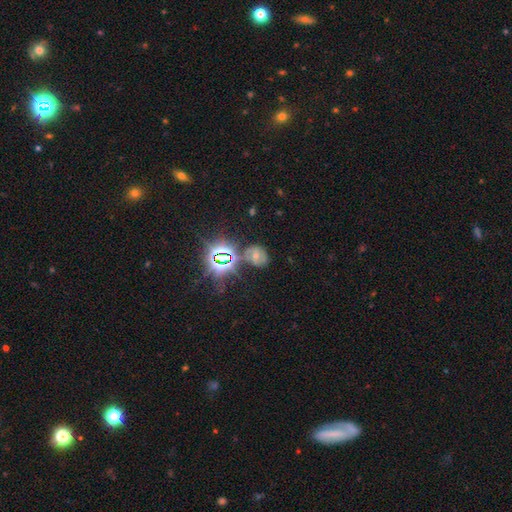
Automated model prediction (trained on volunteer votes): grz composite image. It shows a star or artifact, not a galaxy (40%).